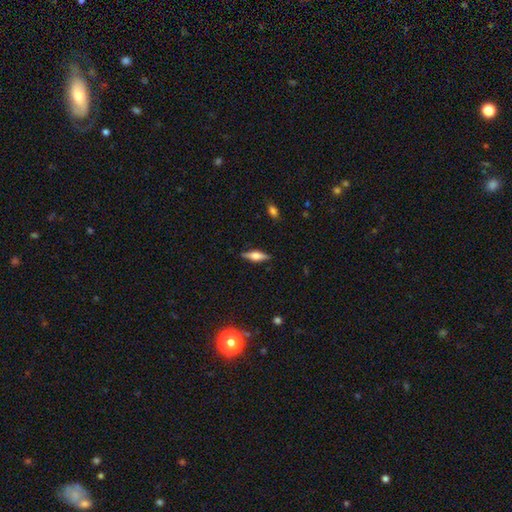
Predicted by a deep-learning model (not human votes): This appears to be a featured or disk galaxy (53%) viewed edge-on (95%) with a rounded central bulge (83%). Merging: none (87%).